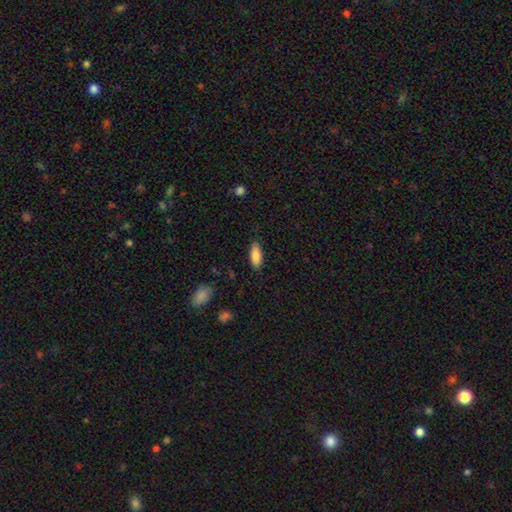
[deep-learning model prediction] The model was most divided on "how rounded": in between: 77%, cigar-shaped: 21%, round: 2%. More confident: smooth or featured — smooth (86%); merging — none (86%).